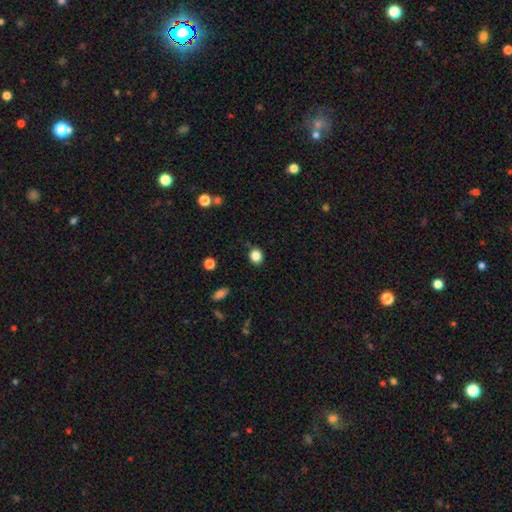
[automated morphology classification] A smooth galaxy with no disk features (85%) that is round (72%).

Vote fractions:
- Smooth or featured? smooth: 85% / star or artifact: 11% / featured or disk: 4%
- How rounded? round: 72% / in between: 27% / cigar-shaped: 1%
- Merging? none: 84% / minor disturbance: 11% / major disturbance: 3% / merger: 2%